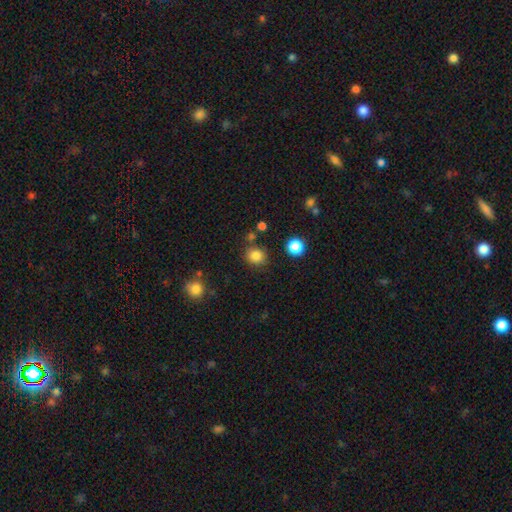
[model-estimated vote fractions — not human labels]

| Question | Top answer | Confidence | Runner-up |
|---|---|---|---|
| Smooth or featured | smooth | 83% | star or artifact (13%) |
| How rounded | round | 82% | in between (17%) |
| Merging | none | 82% | minor disturbance (10%) |